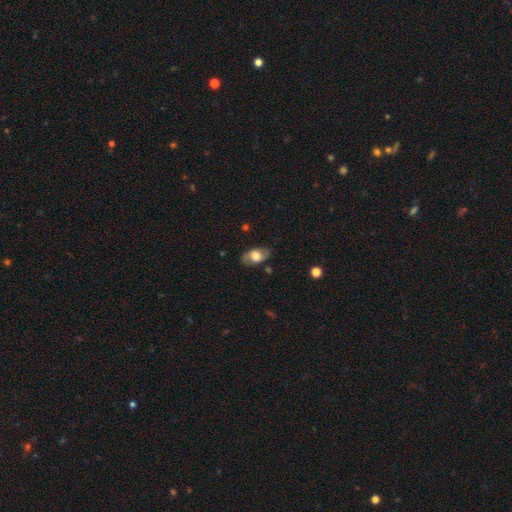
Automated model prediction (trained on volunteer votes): Overall: smooth (63%; featured or disk 30%). How rounded: in between (89%). Merging: none (78%).